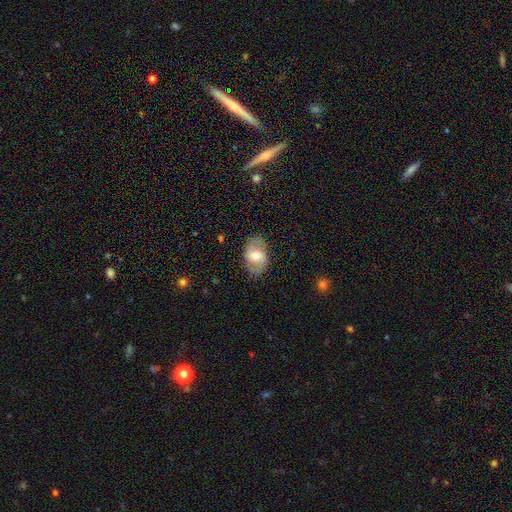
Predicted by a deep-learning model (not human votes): featured or disk 53%, smooth 40%, star or artifact 7%. Down the decision tree: edge-on disk — no (95%); bar — weak (46%); spiral arms — yes (71%); bulge size — moderate (63%); merging — none (80%).